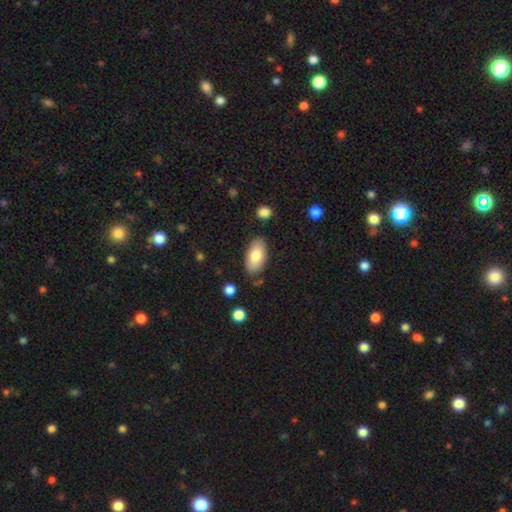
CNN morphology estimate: smooth_or_featured: smooth (p=0.81) [alt: featured or disk p=0.13]
how_rounded: in between (p=0.93) [alt: cigar-shaped p=0.04]
merging: none (p=0.81) [alt: minor disturbance p=0.14]